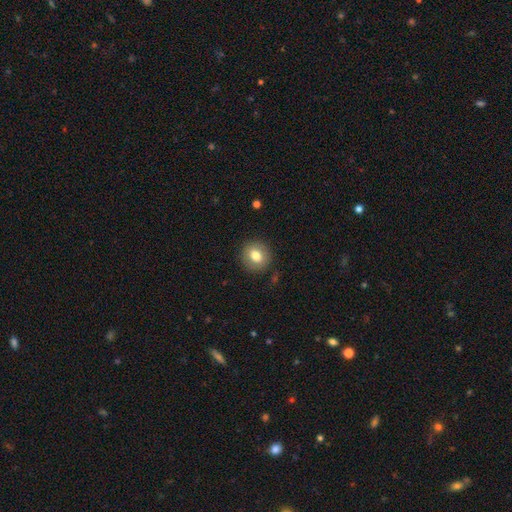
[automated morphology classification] Overall: smooth (78%). How rounded: round (86%). Merging: none (88%).